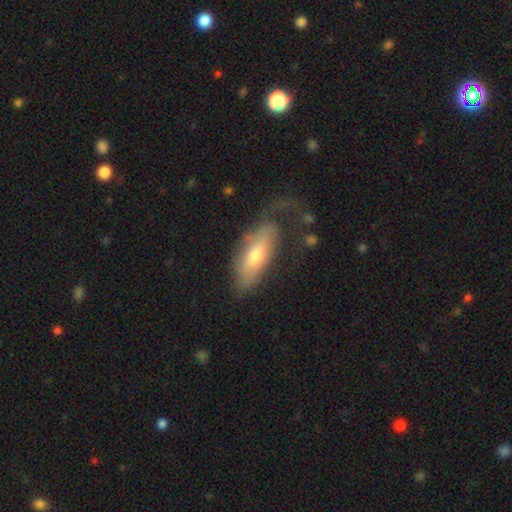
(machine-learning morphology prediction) Smooth or featured? smooth (50%)
Merging? none (36%)